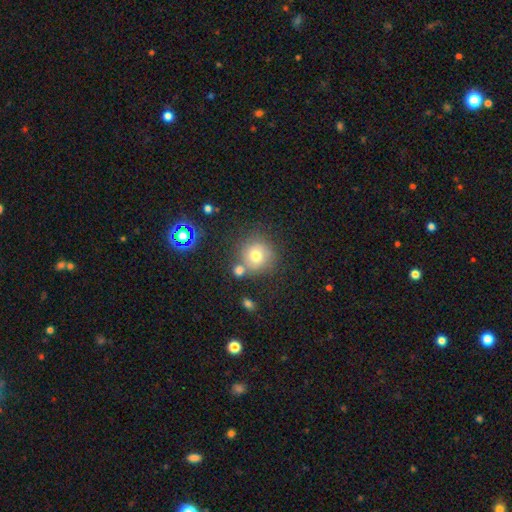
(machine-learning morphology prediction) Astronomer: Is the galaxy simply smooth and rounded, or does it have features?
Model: smooth — 66%.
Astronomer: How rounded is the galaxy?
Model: round — 90%.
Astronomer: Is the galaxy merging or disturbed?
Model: none — 63%.